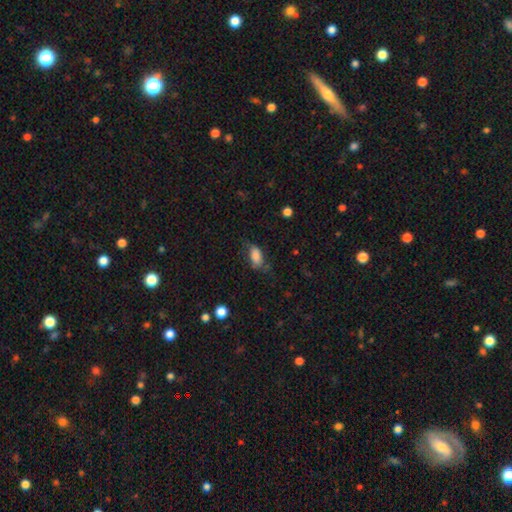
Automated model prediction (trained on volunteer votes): This is clearly a smooth galaxy (80%). How rounded: clearly in between (89%). Merging: possibly none (54%).